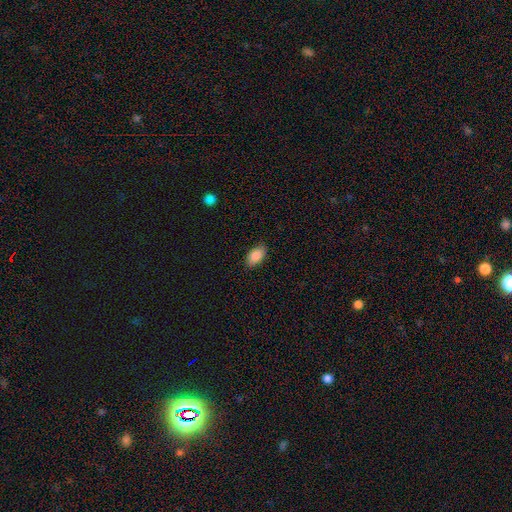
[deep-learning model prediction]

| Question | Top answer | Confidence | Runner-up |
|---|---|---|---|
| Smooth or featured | smooth | 88% | star or artifact (7%) |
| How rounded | in between | 92% | round (5%) |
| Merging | none | 87% | minor disturbance (10%) |